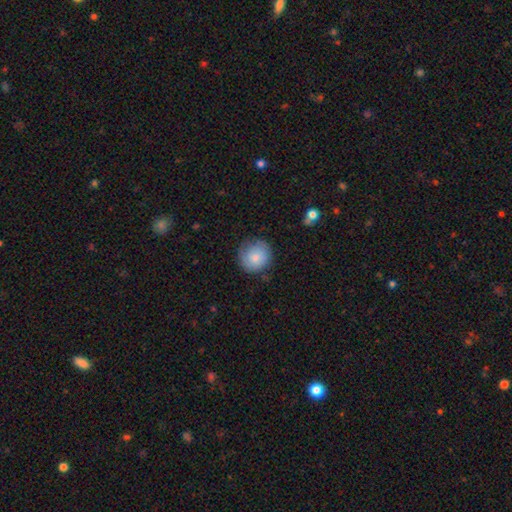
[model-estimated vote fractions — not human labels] Smooth or featured? Predicted: smooth (p=0.79). How rounded? Predicted: round (p=0.89). Merging? Predicted: none (p=0.72).